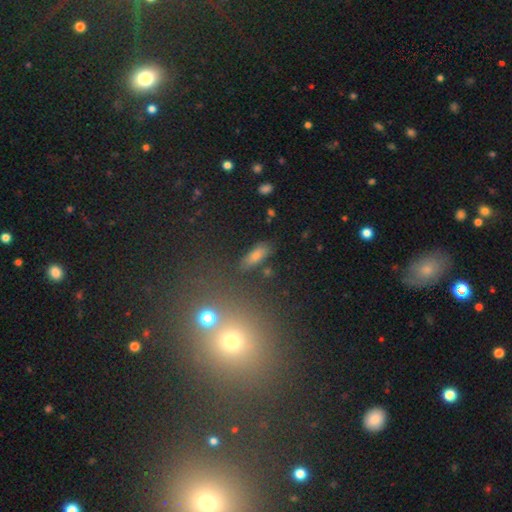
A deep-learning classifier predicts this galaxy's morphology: smooth-or-featured: smooth: 68% | star or artifact: 17% | featured or disk: 15%
  how-rounded: in between: 62% | cigar-shaped: 31% | round: 7%
  merging: none: 83% | minor disturbance: 10% | merger: 4% | major disturbance: 3%